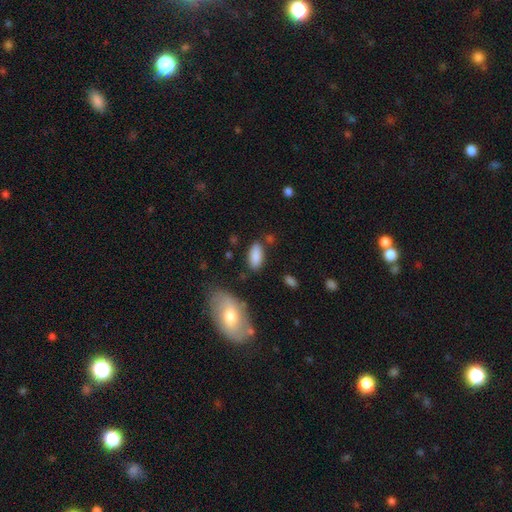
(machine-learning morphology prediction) type=smooth (86%); roundness=in between (88%); merging=none (79%).